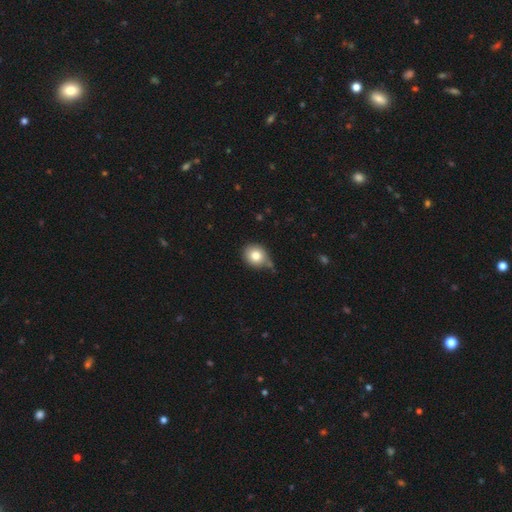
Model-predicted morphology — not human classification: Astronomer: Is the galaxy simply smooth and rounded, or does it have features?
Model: smooth — 81%.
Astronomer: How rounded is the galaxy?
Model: round — 74%.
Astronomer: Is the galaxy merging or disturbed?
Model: none — 63%.